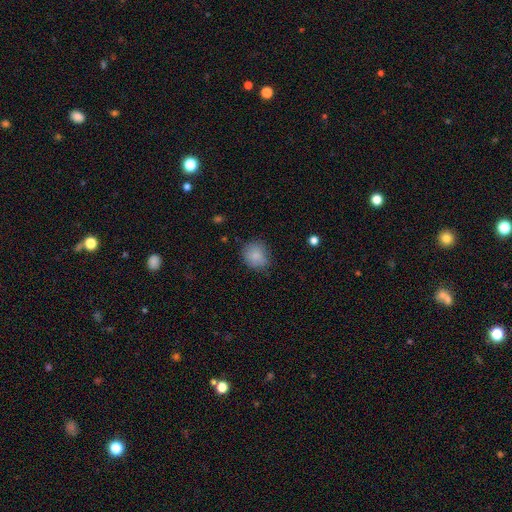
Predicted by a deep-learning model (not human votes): smooth-or-featured: smooth: 84% | star or artifact: 9% | featured or disk: 7%
  how-rounded: round: 77% | in between: 22% | cigar-shaped: 1%
  merging: none: 74% | minor disturbance: 20% | major disturbance: 5% | merger: 1%